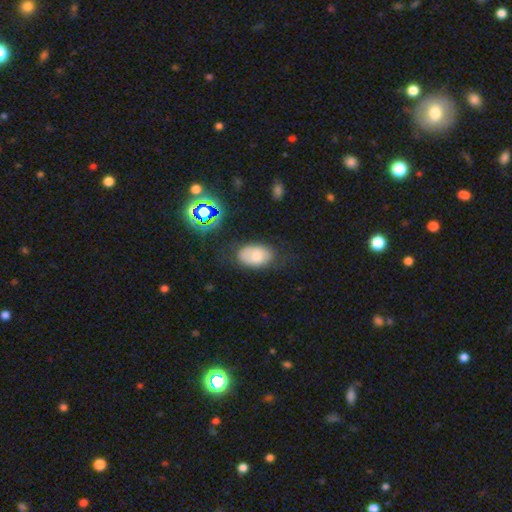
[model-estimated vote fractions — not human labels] A smooth galaxy with no disk features (67%) that is in between round and cigar-shaped (91%).

Vote fractions:
- Smooth or featured? smooth: 67% / featured or disk: 22% / star or artifact: 11%
- How rounded? in between: 91% / round: 8% / cigar-shaped: 1%
- Merging? none: 67% / minor disturbance: 22% / major disturbance: 8% / merger: 3%